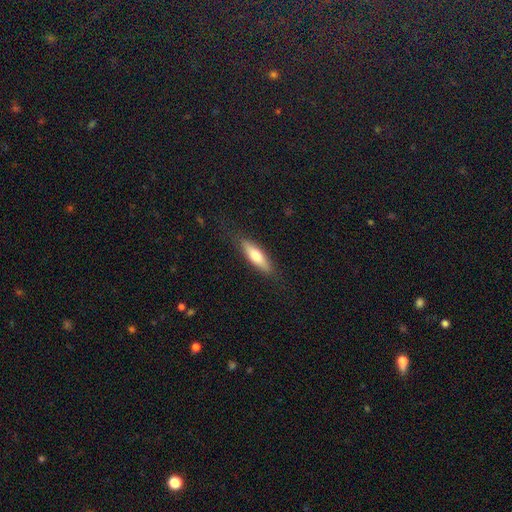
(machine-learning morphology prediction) Smooth or featured?
  - smooth: 67% *
  - featured or disk: 28%
  - star or artifact: 6%
How rounded?
  - cigar-shaped: 60% *
  - in between: 38%
  - round: 2%
Merging?
  - none: 82% *
  - minor disturbance: 13%
  - major disturbance: 4%
  - merger: 1%